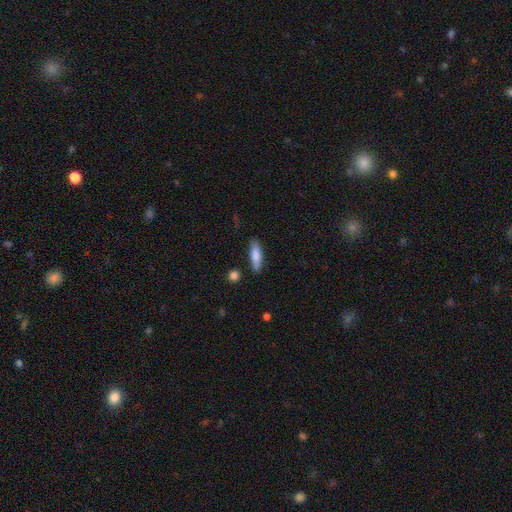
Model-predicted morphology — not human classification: Smooth or featured? smooth (79%)
How rounded? cigar-shaped (59%)
Merging? none (82%)